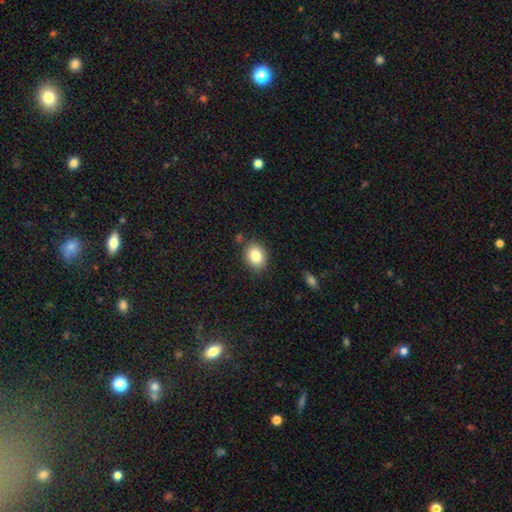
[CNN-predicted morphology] Q: Smooth or featured?
A: smooth (84%); runner-up: star or artifact (9%)
Q: How rounded?
A: in between (56%); runner-up: round (43%)
Q: Merging?
A: none (83%); runner-up: minor disturbance (11%)